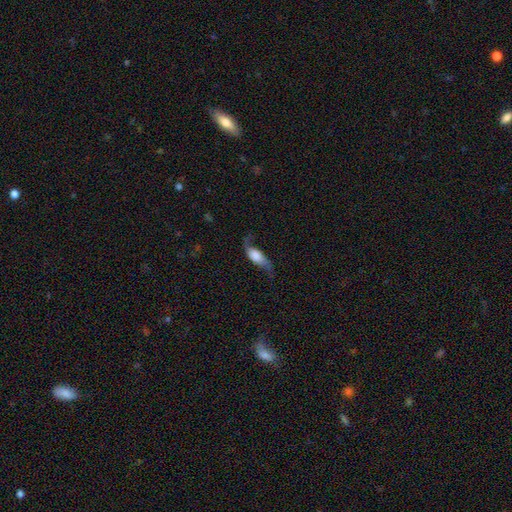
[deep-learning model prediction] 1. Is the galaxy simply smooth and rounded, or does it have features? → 63% featured or disk, 29% smooth, 8% star or artifact.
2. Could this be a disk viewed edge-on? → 80% no, 20% yes.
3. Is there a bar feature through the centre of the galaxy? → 64% no, 26% weak, 10% strong.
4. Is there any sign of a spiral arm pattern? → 91% yes, 9% no.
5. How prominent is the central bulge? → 38% large, 21% dominant, 16% none, 15% moderate, 11% small.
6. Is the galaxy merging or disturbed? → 61% none, 21% minor disturbance, 16% major disturbance, 2% merger.